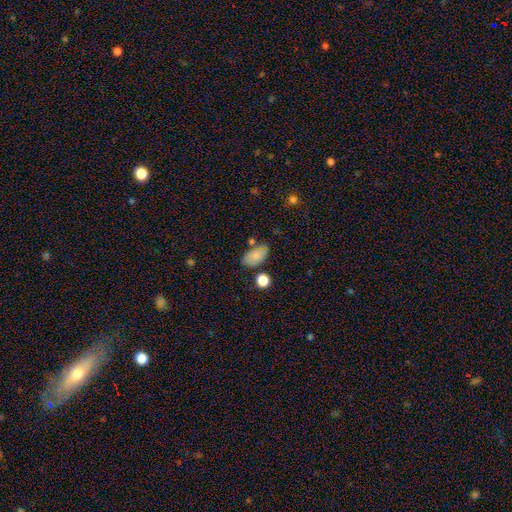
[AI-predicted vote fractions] Smooth or featured? smooth (82%)
How rounded? in between (92%)
Merging? none (66%)